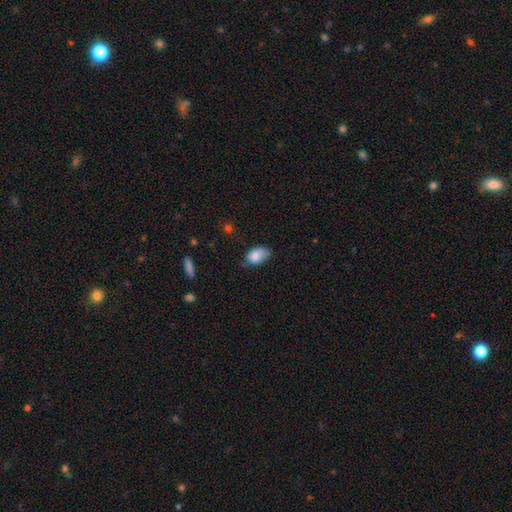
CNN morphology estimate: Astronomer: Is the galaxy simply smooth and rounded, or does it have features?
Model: smooth — 79%.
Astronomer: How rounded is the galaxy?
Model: in between — 90%.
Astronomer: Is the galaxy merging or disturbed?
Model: none — 45% (runner-up: minor disturbance, 40%).